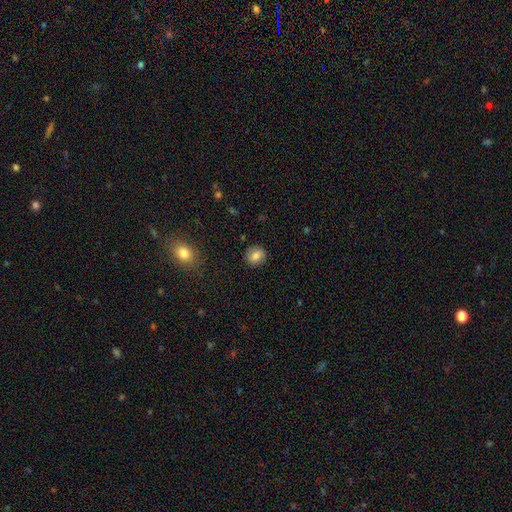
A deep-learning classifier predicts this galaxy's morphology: Q: Smooth or featured?
A: smooth (79%); runner-up: featured or disk (11%)
Q: How rounded?
A: round (82%); runner-up: in between (17%)
Q: Merging?
A: none (87%); runner-up: minor disturbance (9%)